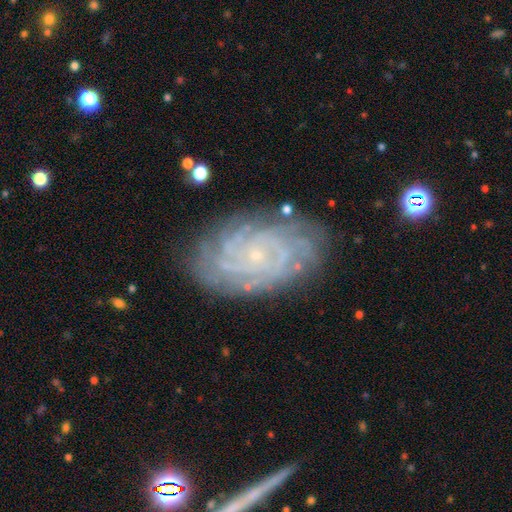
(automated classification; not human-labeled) Smooth or featured? Predicted: featured or disk (p=0.87). Edge-on disk? Predicted: no (p=0.97). Bar? Predicted: no (p=0.77). Spiral arms? Predicted: yes (p=0.98). Spiral winding? Predicted: tight (p=0.82). Spiral arm count? Predicted: can't tell (p=0.24). Bulge size? Predicted: small (p=0.88). Merging? Predicted: none (p=0.81).